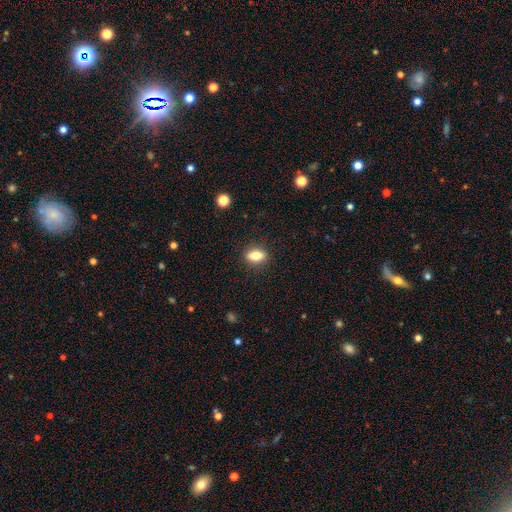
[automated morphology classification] A smooth galaxy with no disk features (77%) that is in between round and cigar-shaped (76%). Merging: none (88%).